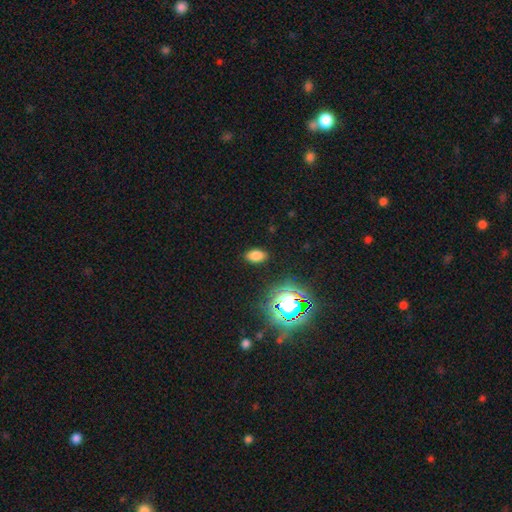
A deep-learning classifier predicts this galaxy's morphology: This is likely a smooth galaxy (75%). How rounded: clearly in between (90%). Merging: clearly none (87%).